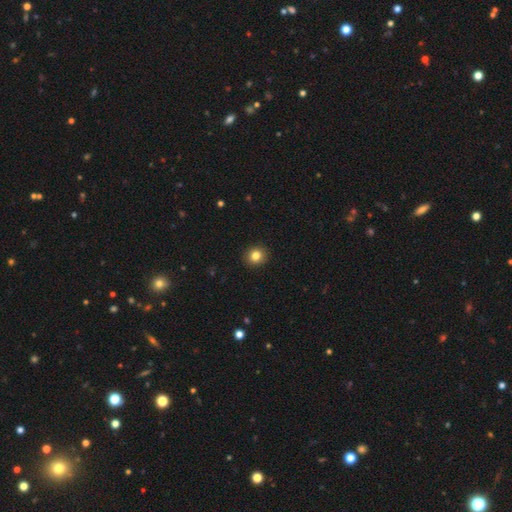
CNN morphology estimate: A smooth galaxy with no disk features (83%) that is round (86%).

Vote fractions:
- Smooth or featured? smooth: 83% / star or artifact: 11% / featured or disk: 6%
- How rounded? round: 86% / in between: 13% / cigar-shaped: 1%
- Merging? none: 92% / minor disturbance: 5% / major disturbance: 2% / merger: 1%